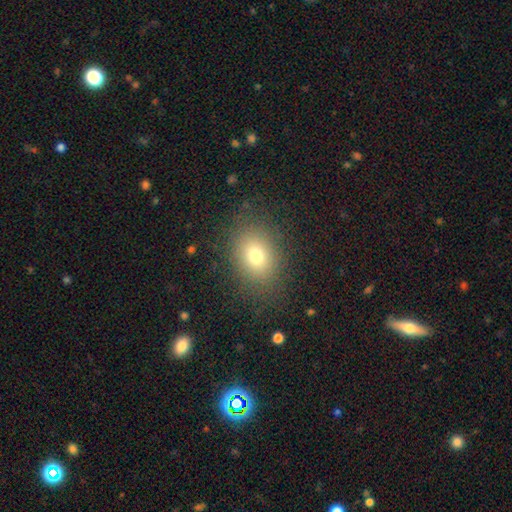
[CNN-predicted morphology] A smooth galaxy with no disk features (74%) that is in between round and cigar-shaped (59%). Merging: none (84%).